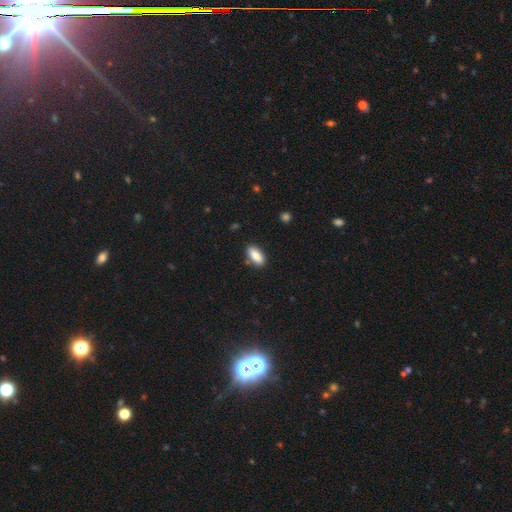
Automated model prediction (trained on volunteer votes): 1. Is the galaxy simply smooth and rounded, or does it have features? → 87% smooth, 7% star or artifact, 6% featured or disk.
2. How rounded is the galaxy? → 85% in between, 13% cigar-shaped, 2% round.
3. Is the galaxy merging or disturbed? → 86% none, 10% minor disturbance, 2% major disturbance, 2% merger.